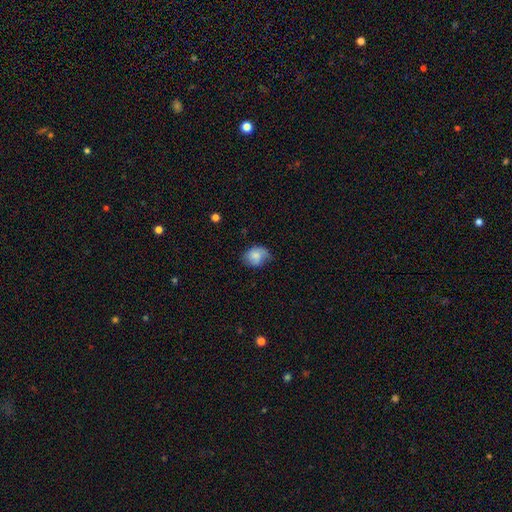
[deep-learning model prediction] A smooth galaxy with no disk features (75%) that is in between round and cigar-shaped (52%).

Vote fractions:
- Smooth or featured? smooth: 75% / featured or disk: 17% / star or artifact: 8%
- How rounded? in between: 52% / round: 47% / cigar-shaped: 1%
- Merging? none: 56% / minor disturbance: 33% / major disturbance: 9% / merger: 2%